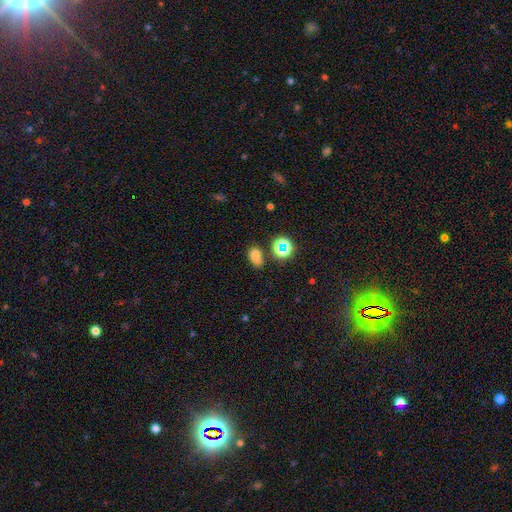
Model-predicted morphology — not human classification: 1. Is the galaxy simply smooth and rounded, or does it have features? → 69% smooth, 23% star or artifact, 8% featured or disk.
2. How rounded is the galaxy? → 75% in between, 23% round, 2% cigar-shaped.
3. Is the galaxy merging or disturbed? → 61% none, 21% minor disturbance, 10% merger, 8% major disturbance.